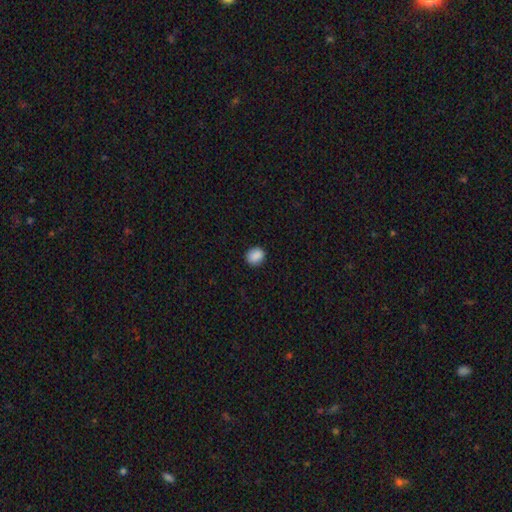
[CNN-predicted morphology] Smooth or featured?
  - smooth: 88% *
  - star or artifact: 9%
  - featured or disk: 3%
How rounded?
  - round: 60% *
  - in between: 39%
  - cigar-shaped: 1%
Merging?
  - none: 87% *
  - minor disturbance: 10%
  - major disturbance: 2%
  - merger: 1%